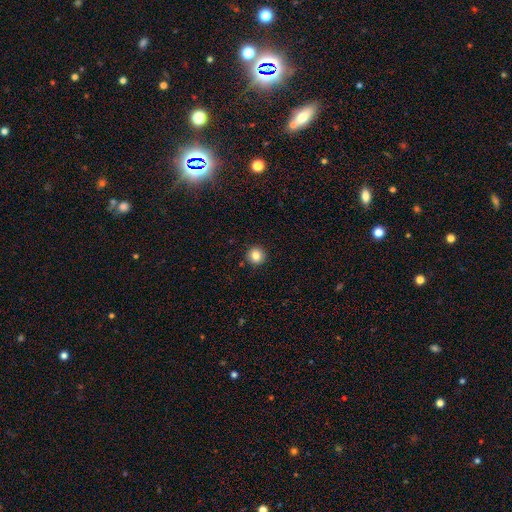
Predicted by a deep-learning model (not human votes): Morphology: type=smooth (84%); roundness=round (95%); merging=none (92%).